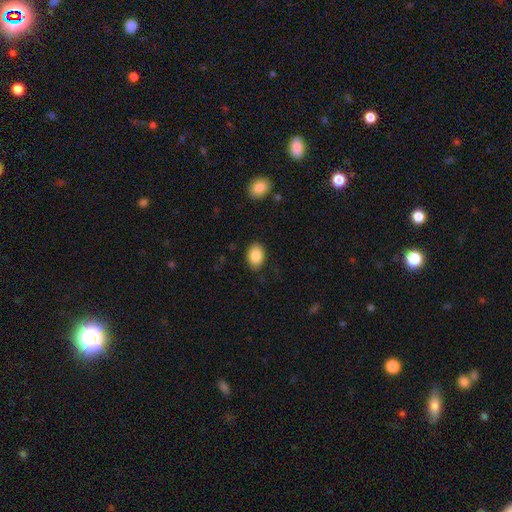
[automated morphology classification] This appears to be a smooth galaxy with no disk features (87%) that is in between round and cigar-shaped (82%). Merging: none (84%).